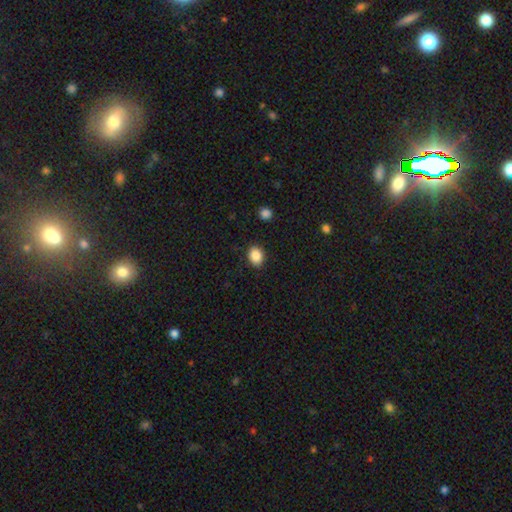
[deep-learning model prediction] This is clearly a smooth galaxy (87%). How rounded: possibly in between (57%). Merging: clearly none (88%).